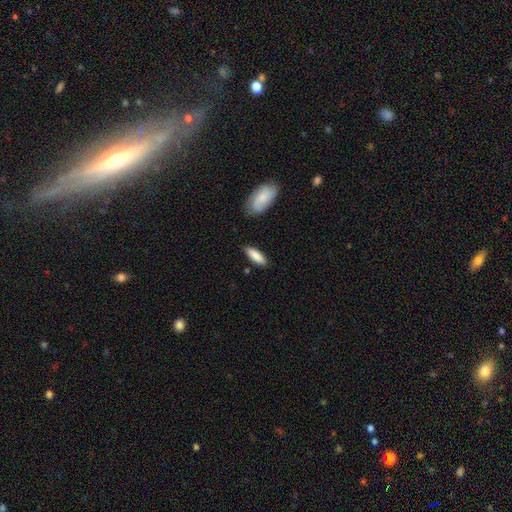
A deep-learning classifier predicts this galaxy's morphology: A smooth galaxy with no disk features (84%) that is in between round and cigar-shaped (54%). Merging: none (82%).